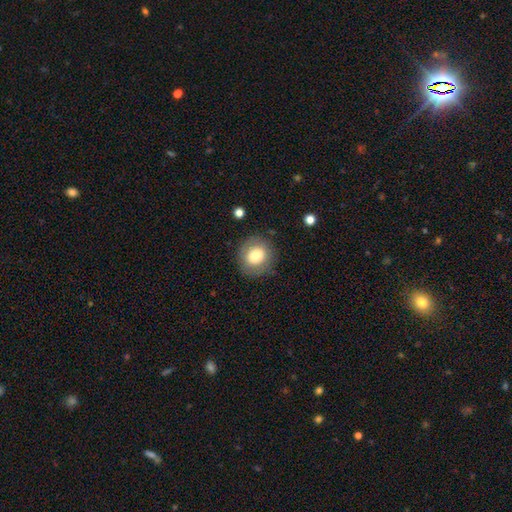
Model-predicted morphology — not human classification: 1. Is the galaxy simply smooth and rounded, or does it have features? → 75% smooth, 16% featured or disk, 9% star or artifact.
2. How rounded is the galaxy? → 83% round, 17% in between, 1% cigar-shaped.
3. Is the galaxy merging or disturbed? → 84% none, 10% minor disturbance, 4% major disturbance, 1% merger.